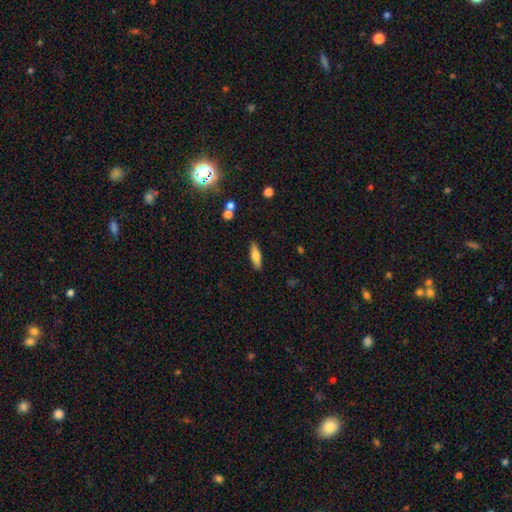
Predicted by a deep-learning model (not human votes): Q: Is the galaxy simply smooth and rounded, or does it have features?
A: smooth — 65%.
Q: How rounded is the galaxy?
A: cigar-shaped — 51%.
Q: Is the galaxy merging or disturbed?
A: none — 87%.